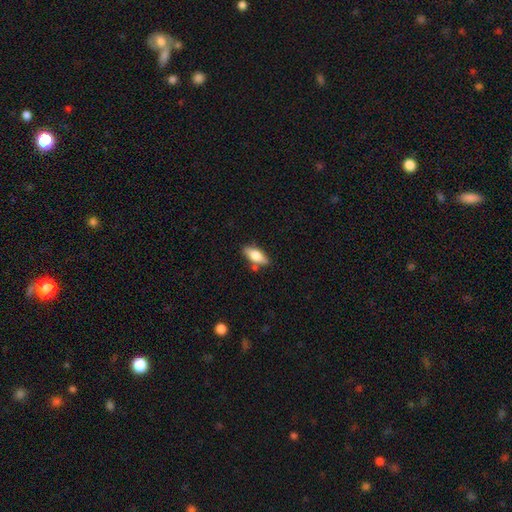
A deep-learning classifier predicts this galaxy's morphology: smooth_or_featured: smooth (p=0.71) [alt: featured or disk p=0.23]
how_rounded: in between (p=0.76) [alt: cigar-shaped p=0.21]
merging: none (p=0.76) [alt: minor disturbance p=0.14]